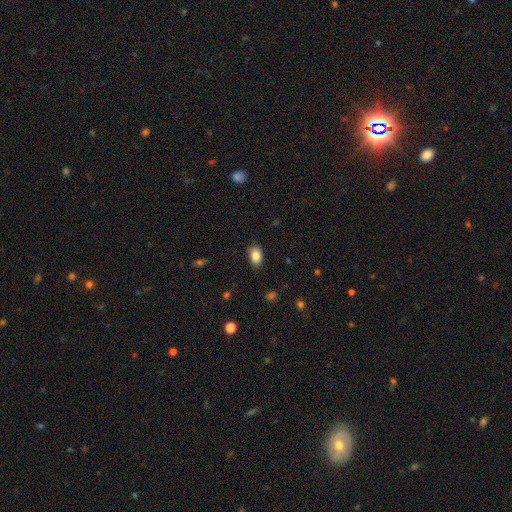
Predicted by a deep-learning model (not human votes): smooth 86%, star or artifact 8%, featured or disk 6%. Down the decision tree: how rounded — in between (87%); merging — none (83%).